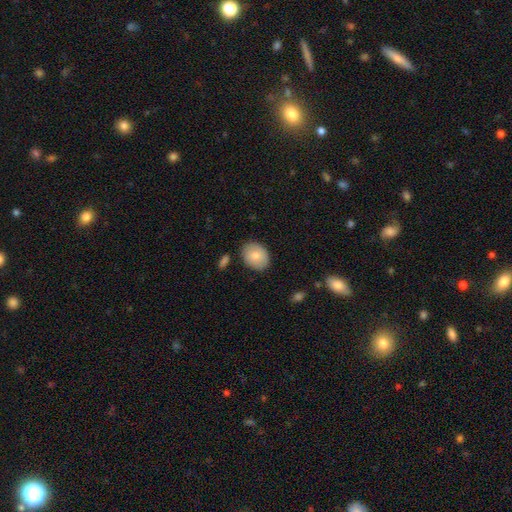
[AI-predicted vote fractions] This is clearly a smooth galaxy (81%). How rounded: likely in between (65%). Merging: clearly none (82%).